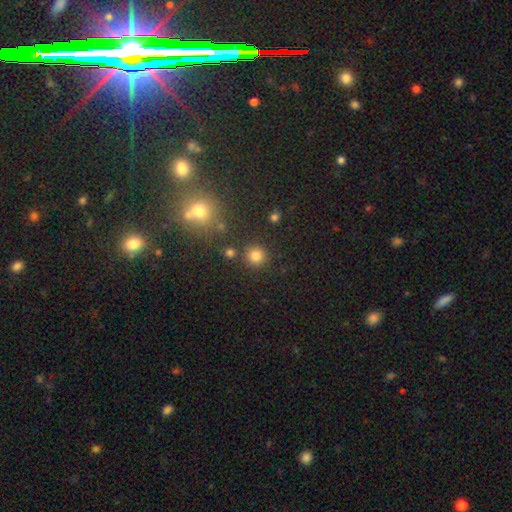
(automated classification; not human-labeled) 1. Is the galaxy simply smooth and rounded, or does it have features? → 80% smooth, 15% star or artifact, 5% featured or disk.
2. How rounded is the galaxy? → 92% round, 7% in between, 1% cigar-shaped.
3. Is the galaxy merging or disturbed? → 85% none, 7% minor disturbance, 5% merger, 3% major disturbance.